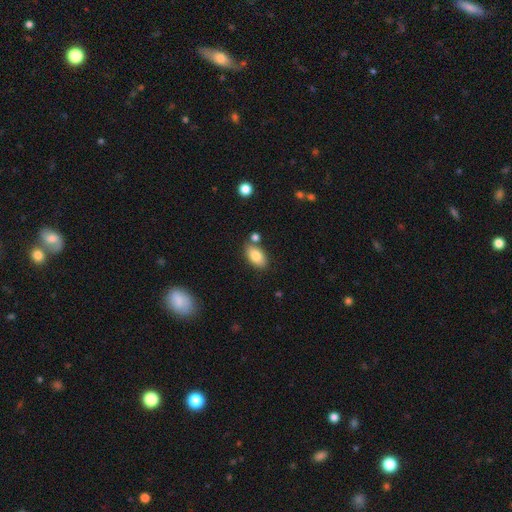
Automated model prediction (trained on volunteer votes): smooth-or-featured: smooth: 82% | featured or disk: 10% | star or artifact: 7%
  how-rounded: in between: 92% | round: 5% | cigar-shaped: 2%
  merging: none: 74% | minor disturbance: 13% | merger: 11% | major disturbance: 3%